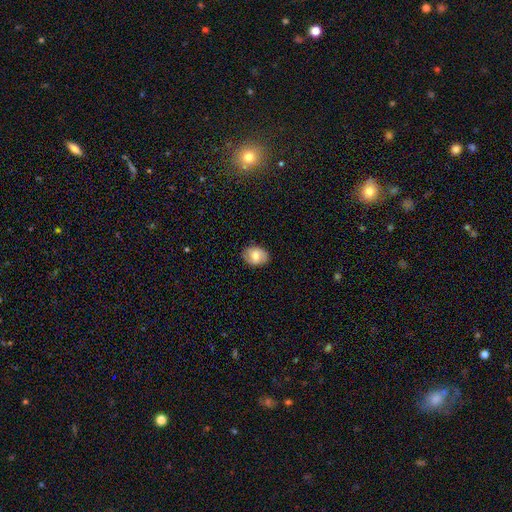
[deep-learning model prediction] Overall: smooth (69%). How rounded: in between (64%; round 35%). Merging: none (82%).